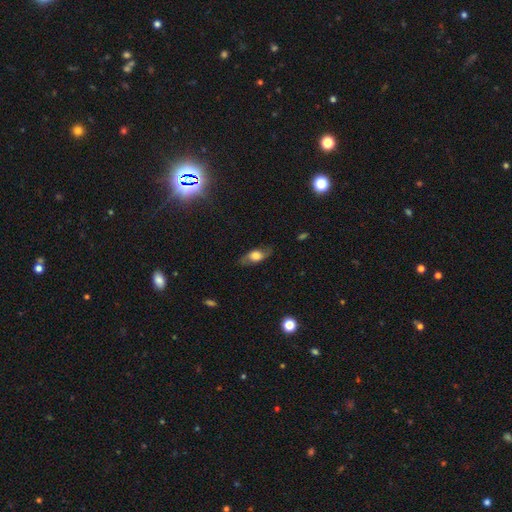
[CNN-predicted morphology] smooth_or_featured: smooth (p=0.52) [alt: featured or disk p=0.40]
how_rounded: in between (p=0.75) [alt: cigar-shaped p=0.16]
merging: none (p=0.77) [alt: minor disturbance p=0.17]